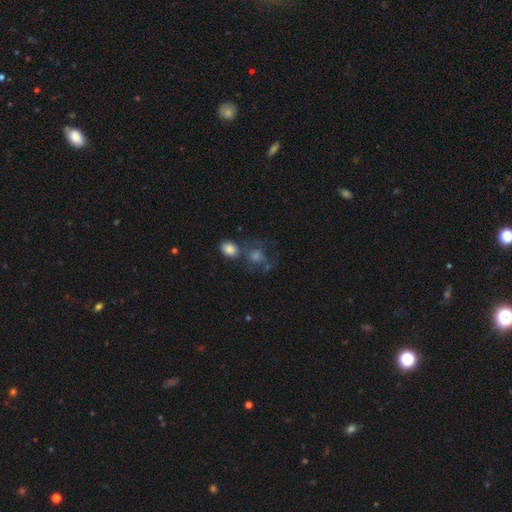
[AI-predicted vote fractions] A smooth galaxy with no disk features (50%) that is round (69%).

Vote fractions:
- Smooth or featured? smooth: 50% / featured or disk: 25% / star or artifact: 24%
- How rounded? round: 69% / in between: 29% / cigar-shaped: 2%
- Merging? none: 49% / merger: 25% / minor disturbance: 14% / major disturbance: 12%